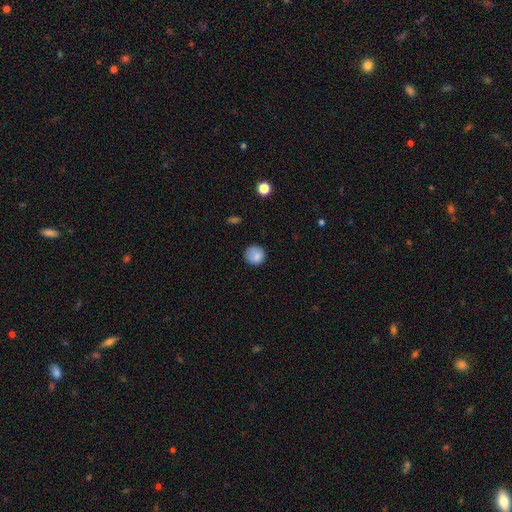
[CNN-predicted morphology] Smooth or featured?
  - smooth: 85% *
  - star or artifact: 9%
  - featured or disk: 6%
How rounded?
  - round: 92% *
  - in between: 7%
  - cigar-shaped: 1%
Merging?
  - none: 81% *
  - minor disturbance: 14%
  - major disturbance: 3%
  - merger: 1%